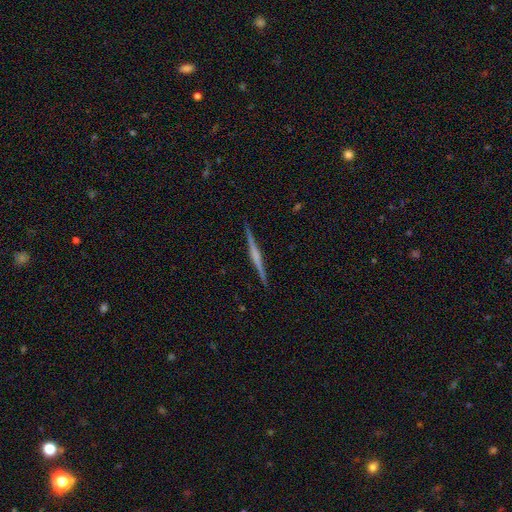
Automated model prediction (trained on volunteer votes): This appears to be a featured or disk galaxy (77%) viewed edge-on (98%) with a rounded central bulge (47%). Merging: none (92%).